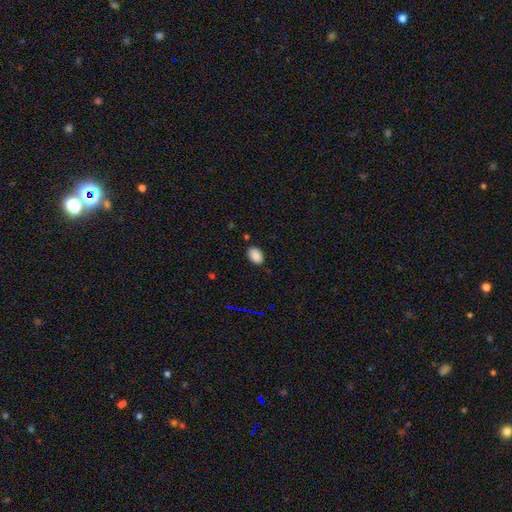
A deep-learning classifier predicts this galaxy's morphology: type=smooth (86%); roundness=in between (85%); merging=none (84%).